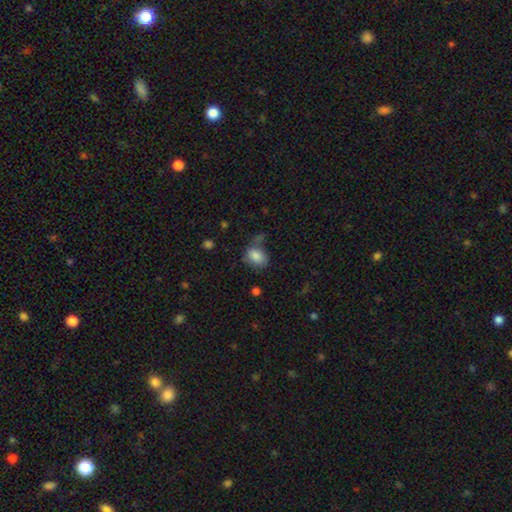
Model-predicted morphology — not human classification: Smooth or featured? Predicted: smooth (p=0.83). How rounded? Predicted: in between (p=0.68). Merging? Predicted: none (p=0.55).